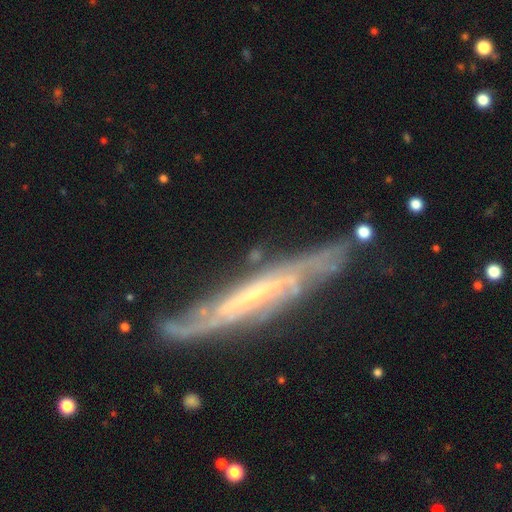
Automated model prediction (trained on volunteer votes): Q: Smooth or featured?
A: featured or disk (78%); runner-up: smooth (15%)
Q: Edge-on disk?
A: yes (62%); runner-up: no (38%)
Q: Merging?
A: none (65%); runner-up: minor disturbance (21%)